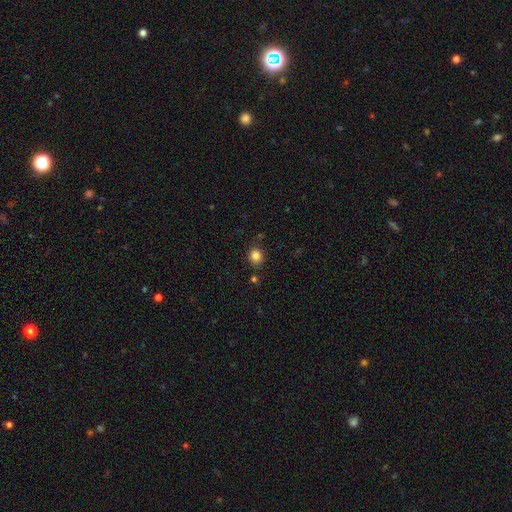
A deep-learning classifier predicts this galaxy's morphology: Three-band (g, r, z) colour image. It shows a smooth galaxy with no disk features (84%) that is round (74%). Merging: none (82%).